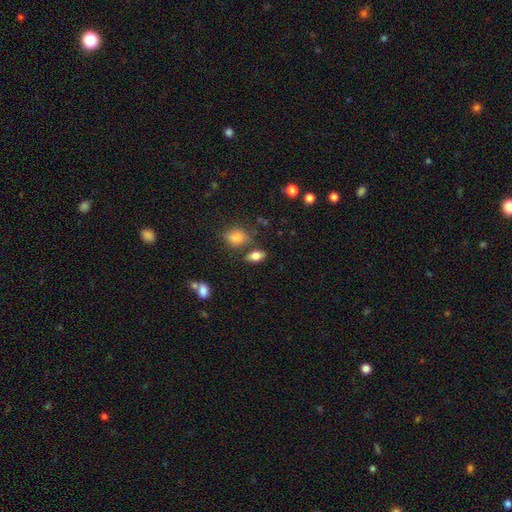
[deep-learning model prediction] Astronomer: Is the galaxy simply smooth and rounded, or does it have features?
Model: smooth — 77%.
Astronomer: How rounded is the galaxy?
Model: in between — 85%.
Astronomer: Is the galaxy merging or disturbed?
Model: none — 71%.